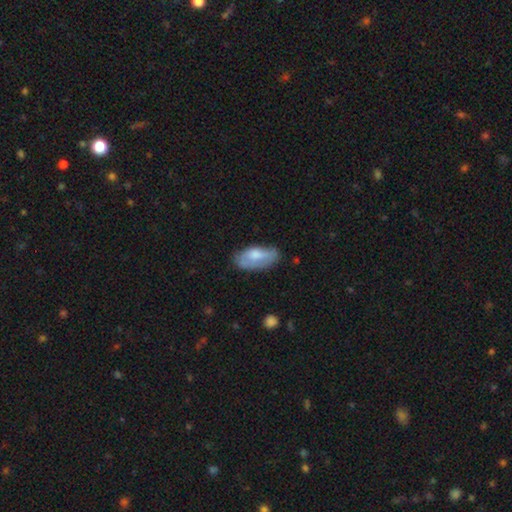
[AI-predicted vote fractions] This appears to be a smooth galaxy with no disk features (66%) that is in between round and cigar-shaped (91%). Merging: none (55%).